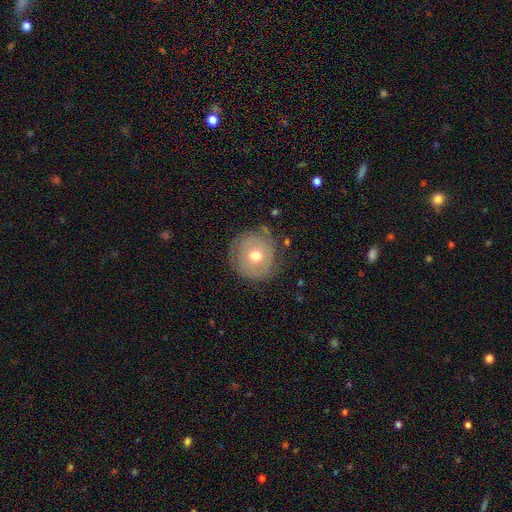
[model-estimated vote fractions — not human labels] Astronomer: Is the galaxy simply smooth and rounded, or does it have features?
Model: smooth — 51% (runner-up: featured or disk, 40%).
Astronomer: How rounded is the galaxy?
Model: round — 92%.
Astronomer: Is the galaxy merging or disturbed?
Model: none — 73%.